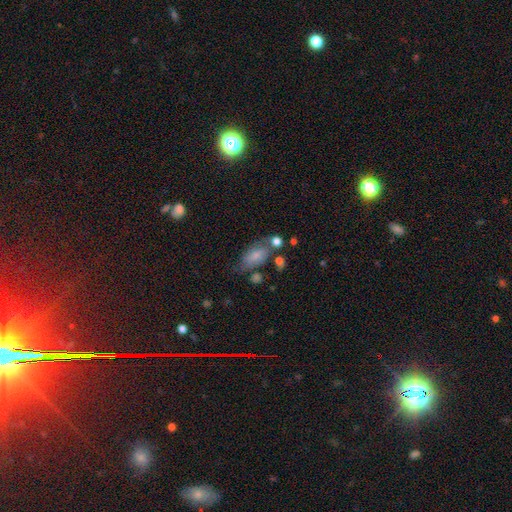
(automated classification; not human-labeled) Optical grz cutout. It shows a smooth galaxy with no disk features (64%) that is in between round and cigar-shaped (85%). Merging: none (47%).